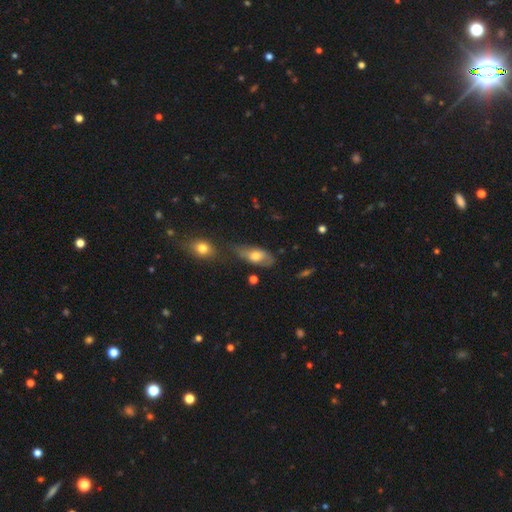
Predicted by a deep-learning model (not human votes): Overall: smooth (61%; featured or disk 31%). How rounded: in between (84%). Merging: none (39%; minor disturbance 33%).